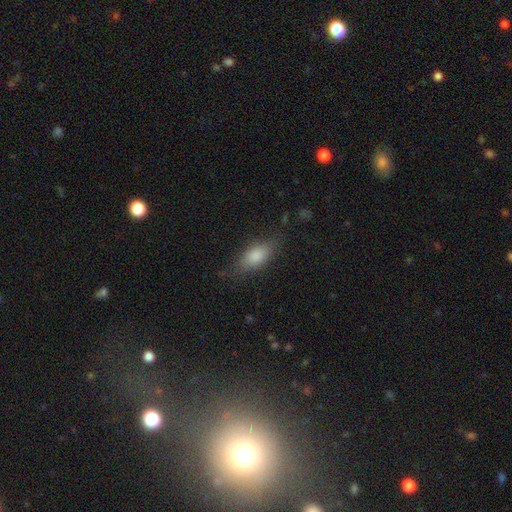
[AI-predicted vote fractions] Q: Smooth or featured?
A: smooth (76%); runner-up: featured or disk (15%)
Q: How rounded?
A: in between (79%); runner-up: cigar-shaped (17%)
Q: Merging?
A: none (76%); runner-up: minor disturbance (18%)